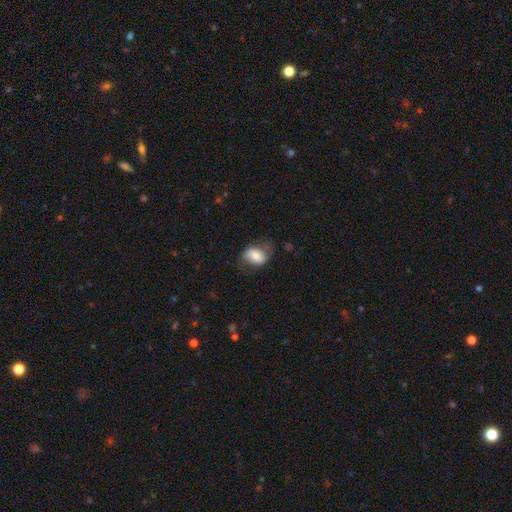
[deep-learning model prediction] The model was most divided on "merging": none: 60%, minor disturbance: 25%, major disturbance: 13%, merger: 2%. More confident: how rounded — in between (78%); smooth or featured — smooth (69%).